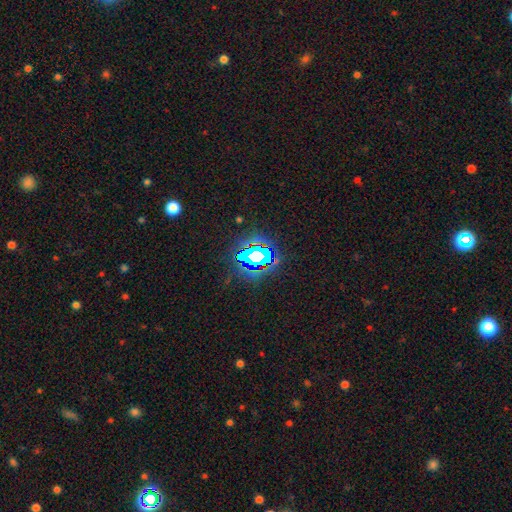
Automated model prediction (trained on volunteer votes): Q: Smooth or featured?
A: star or artifact (67%); runner-up: smooth (19%)